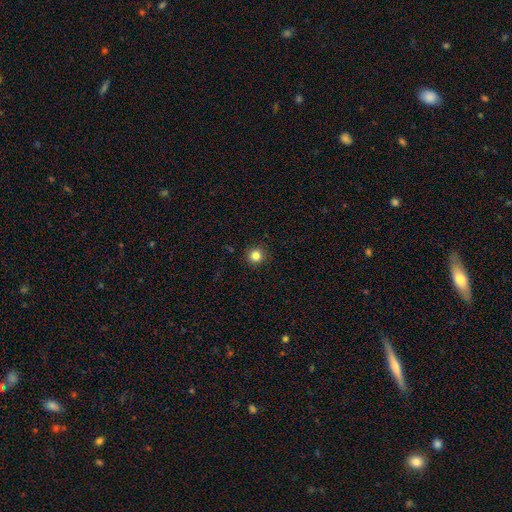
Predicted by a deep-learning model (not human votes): The model was most divided on "smooth or featured": smooth: 83%, star or artifact: 12%, featured or disk: 5%. More confident: how rounded — round (95%); merging — none (92%).